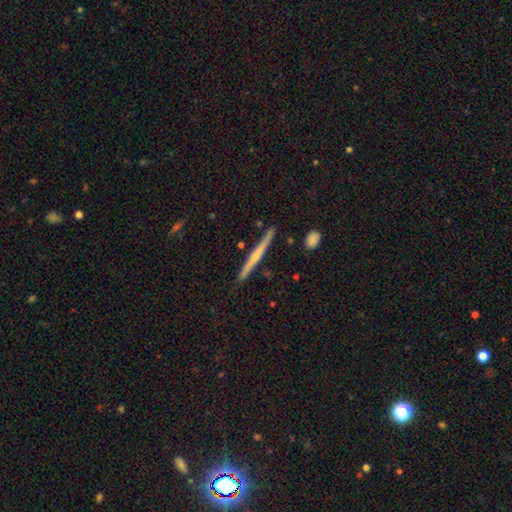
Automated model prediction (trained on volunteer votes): Smooth or featured: featured or disk — 67% (smooth — 27%)
Edge-on disk: yes — 98% (no — 2%)
Edge-on bulge: rounded — 65% (none — 30%)
Merging: none — 89% (minor disturbance — 8%)